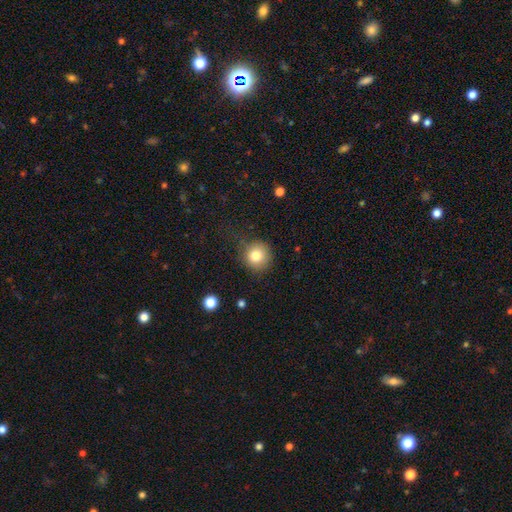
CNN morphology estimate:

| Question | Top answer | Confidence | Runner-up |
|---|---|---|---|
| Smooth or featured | smooth | 80% | star or artifact (11%) |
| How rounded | round | 91% | in between (8%) |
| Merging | none | 77% | minor disturbance (15%) |